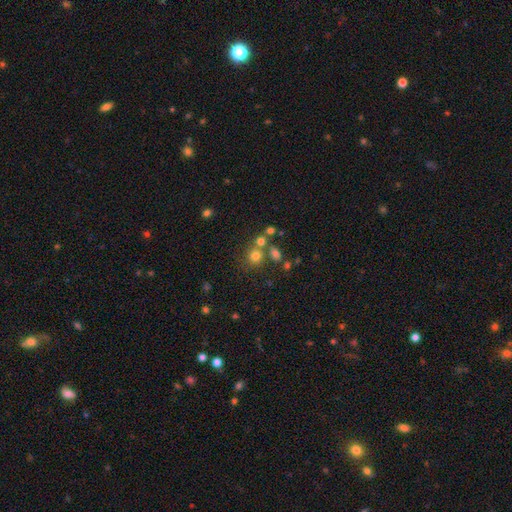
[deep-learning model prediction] This appears to be a smooth galaxy with no disk features (72%) that is round (84%). Merging: none (61%).